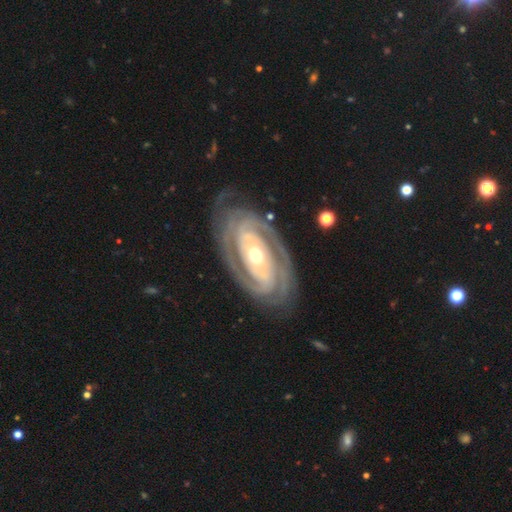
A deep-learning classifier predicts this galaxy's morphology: The model was most divided on "spiral arm count": 2: 53%, 3: 19%, can't tell: 12%, 4: 6%, more than 4: 5%, 1: 5%. More confident: spiral arms — yes (97%); edge-on disk — no (96%); smooth or featured — featured or disk (92%); merging — none (78%); spiral winding — tight (77%); bulge size — moderate (72%); bar — no (58%).